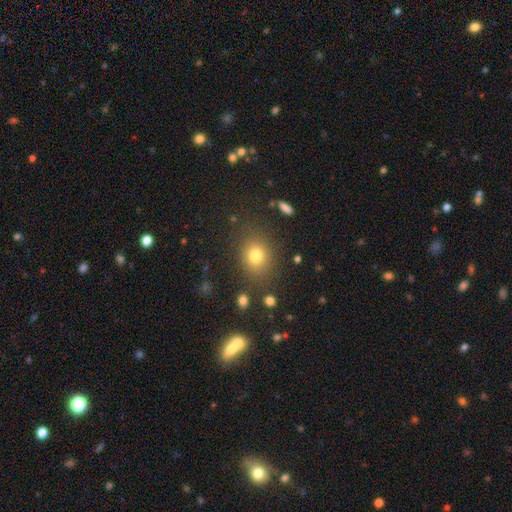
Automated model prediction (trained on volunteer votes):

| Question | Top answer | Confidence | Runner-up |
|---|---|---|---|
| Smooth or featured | smooth | 76% | star or artifact (15%) |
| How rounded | round | 55% | in between (44%) |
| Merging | none | 82% | minor disturbance (11%) |